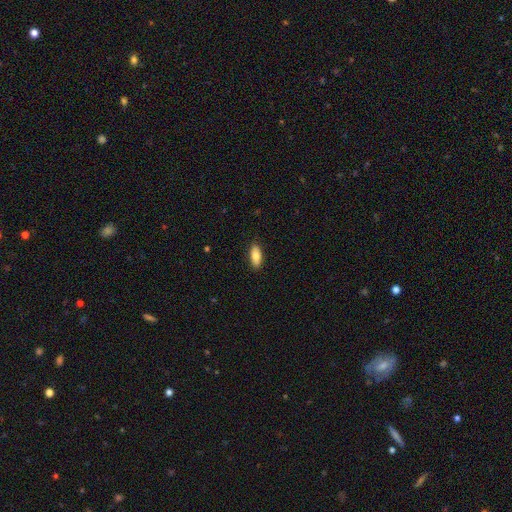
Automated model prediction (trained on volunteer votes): smooth-or-featured: smooth: 80% | featured or disk: 14% | star or artifact: 6%
  how-rounded: in between: 85% | cigar-shaped: 13% | round: 2%
  merging: none: 87% | minor disturbance: 10% | major disturbance: 2% | merger: 1%